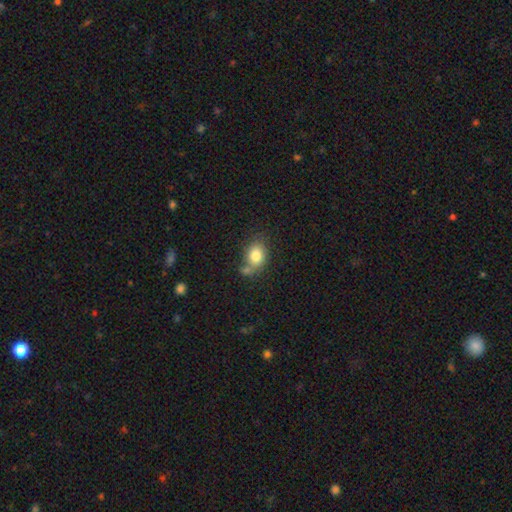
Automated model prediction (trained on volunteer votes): Smooth or featured? smooth (81%)
How rounded? in between (57%)
Merging? none (52%)